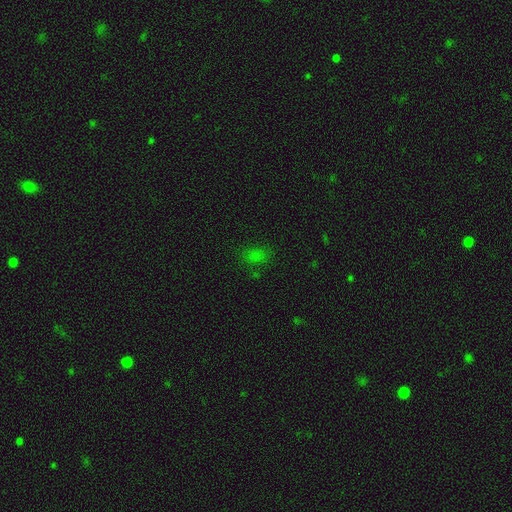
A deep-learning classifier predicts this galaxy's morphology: Q: Smooth or featured?
A: smooth (67%); runner-up: star or artifact (26%)
Q: How rounded?
A: in between (76%); runner-up: round (20%)
Q: Merging?
A: none (73%); runner-up: minor disturbance (17%)